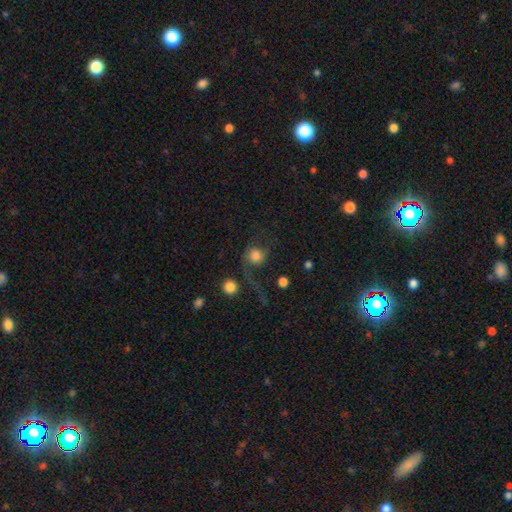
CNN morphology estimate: This is possibly a smooth galaxy (55%). How rounded: clearly round (86%). Merging: marginally none (41%).